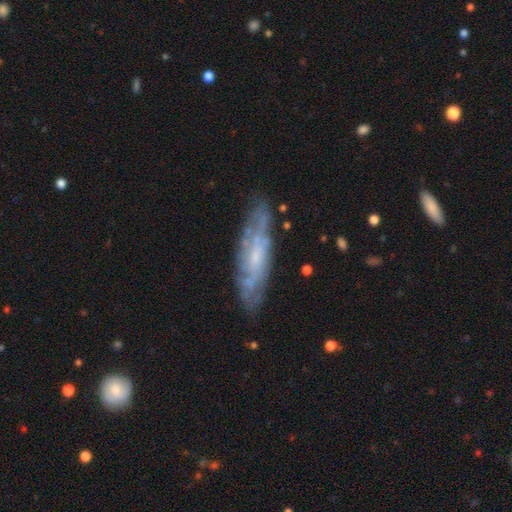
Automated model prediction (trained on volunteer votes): The model was most divided on "edge-on disk": no: 67%, yes: 33%. More confident: merging — none (76%); smooth or featured — featured or disk (69%).